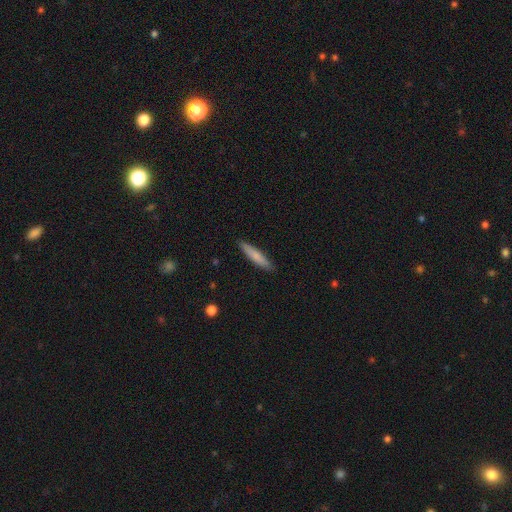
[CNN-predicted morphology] Smooth or featured? Predicted: smooth (p=0.75). How rounded? Predicted: cigar-shaped (p=0.89). Merging? Predicted: none (p=0.90).